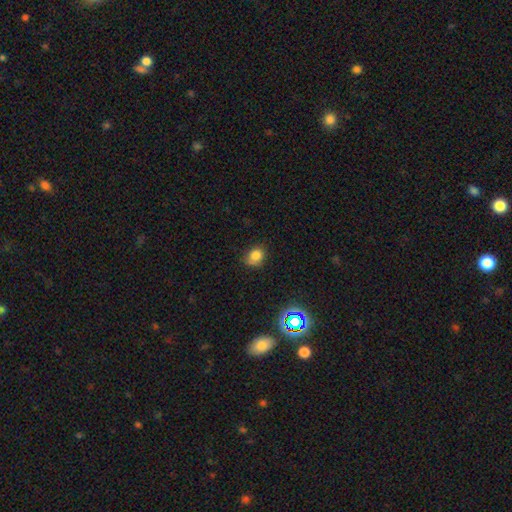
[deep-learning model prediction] This is likely a smooth galaxy (79%). How rounded: likely round (60%). Merging: likely none (64%).